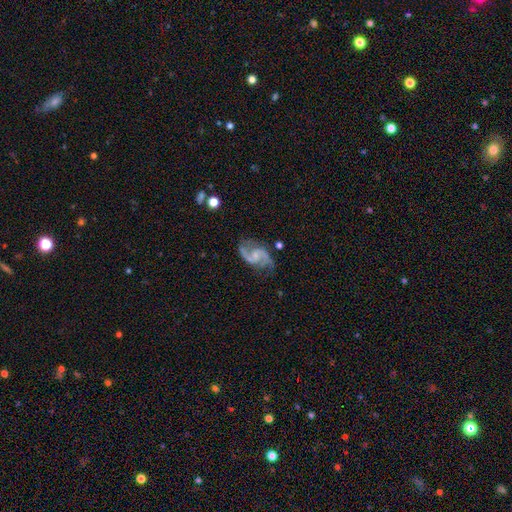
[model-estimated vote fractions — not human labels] A featured or disk galaxy (91%) with no bar (49%), 2 (93%) medium (52%) spiral arms (98%) and a small central bulge (54%).

Vote fractions:
- Smooth or featured? featured or disk: 91% / smooth: 5% / star or artifact: 5%
- Edge-on disk? no: 98% / yes: 2%
- Bar? no: 49% / weak: 42% / strong: 9%
- Spiral arms? yes: 98% / no: 2%
- Spiral winding? medium: 52% / loose: 36% / tight: 11%
- Spiral arm count? 2: 93% / 3: 2% / can't tell: 2% / 1: 1% / 4: 1% / more than 4: 1%
- Bulge size? small: 54% / none: 23% / moderate: 20% / large: 2% / dominant: 1%
- Merging? none: 73% / minor disturbance: 18% / major disturbance: 7% / merger: 2%